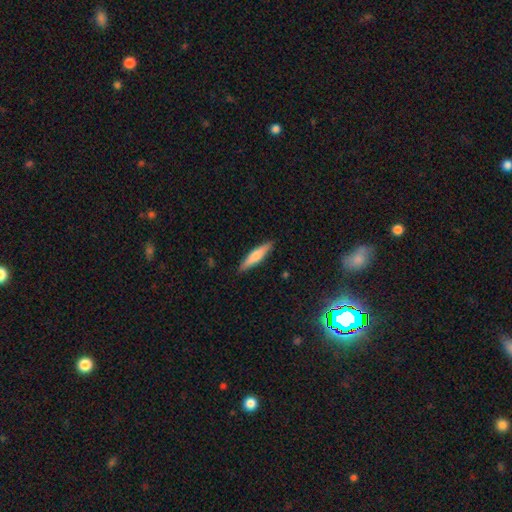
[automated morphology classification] smooth-or-featured: smooth: 65% | featured or disk: 29% | star or artifact: 6%
  how-rounded: cigar-shaped: 83% | in between: 15% | round: 1%
  merging: none: 90% | minor disturbance: 8% | major disturbance: 2% | merger: 1%